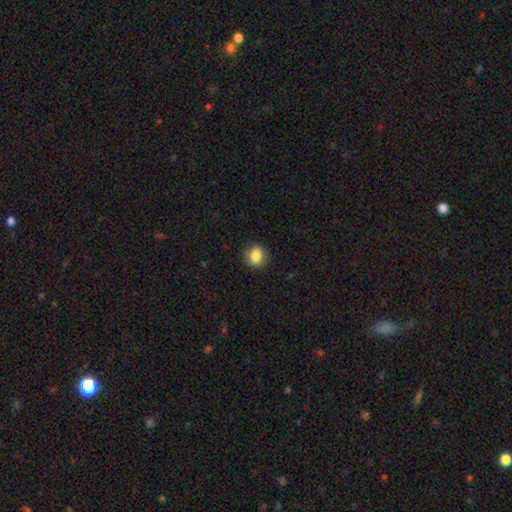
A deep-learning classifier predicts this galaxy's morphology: smooth-or-featured: smooth: 84% | star or artifact: 9% | featured or disk: 7%
  how-rounded: round: 73% | in between: 26% | cigar-shaped: 1%
  merging: none: 86% | minor disturbance: 10% | major disturbance: 3% | merger: 1%